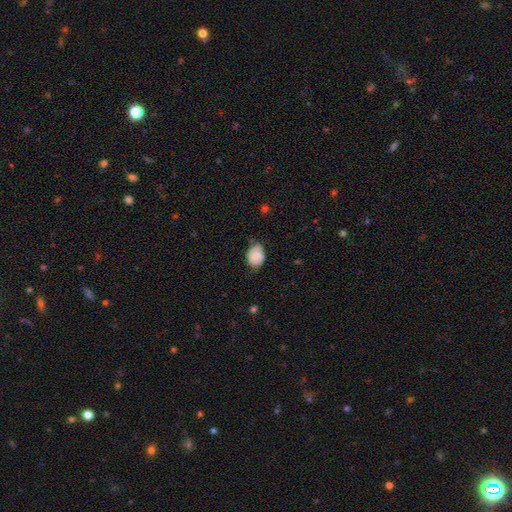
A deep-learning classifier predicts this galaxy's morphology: This is likely a smooth galaxy (69%). How rounded: likely in between (64%). Merging: possibly none (55%).